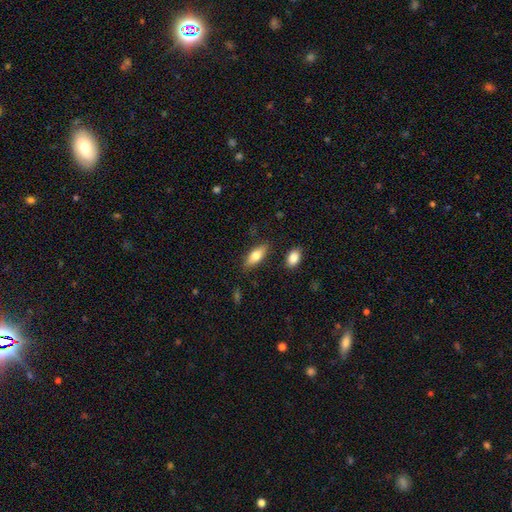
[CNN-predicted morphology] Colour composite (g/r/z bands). It shows a smooth galaxy with no disk features (77%) that is in between round and cigar-shaped (79%). Merging: none (83%).